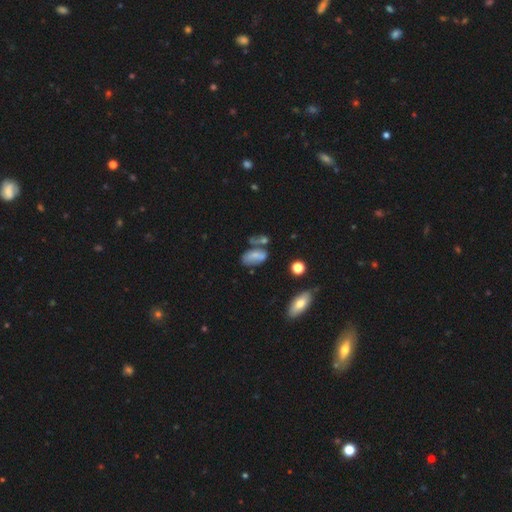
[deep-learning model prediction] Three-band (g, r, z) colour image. It shows a smooth galaxy with no disk features (61%) that is in between round and cigar-shaped (89%). Merging: none (38%).